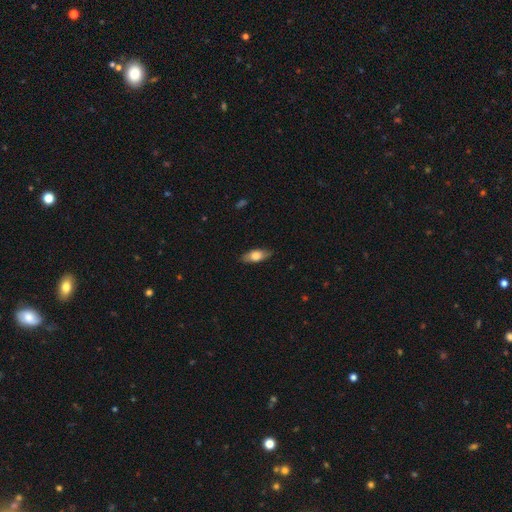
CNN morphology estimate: Q: Smooth or featured?
A: smooth (71%); runner-up: featured or disk (23%)
Q: How rounded?
A: in between (81%); runner-up: cigar-shaped (15%)
Q: Merging?
A: none (85%); runner-up: minor disturbance (12%)